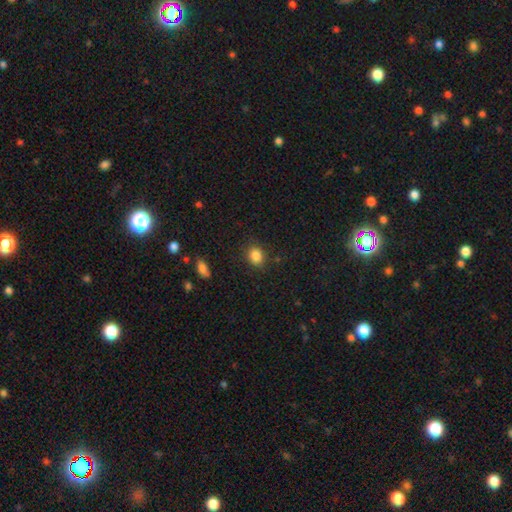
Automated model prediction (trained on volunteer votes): Smooth or featured? Predicted: smooth (p=0.85). How rounded? Predicted: round (p=0.50). Merging? Predicted: none (p=0.84).